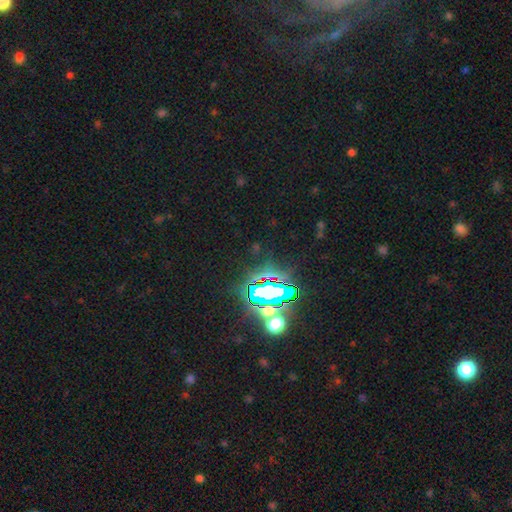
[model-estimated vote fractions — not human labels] Morphology: type=star or artifact (83%).